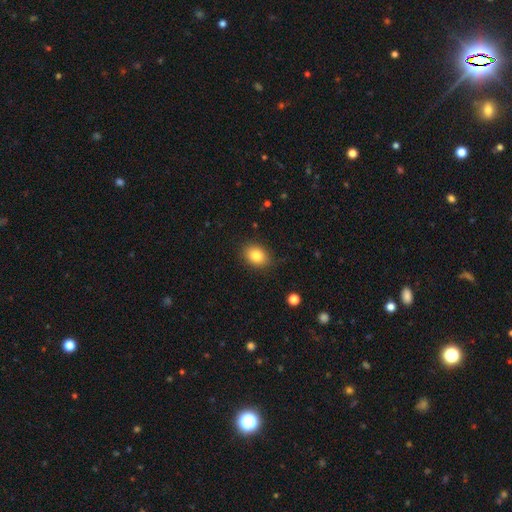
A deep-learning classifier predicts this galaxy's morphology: A smooth galaxy with no disk features (82%) that is in between round and cigar-shaped (61%). Merging: none (85%).